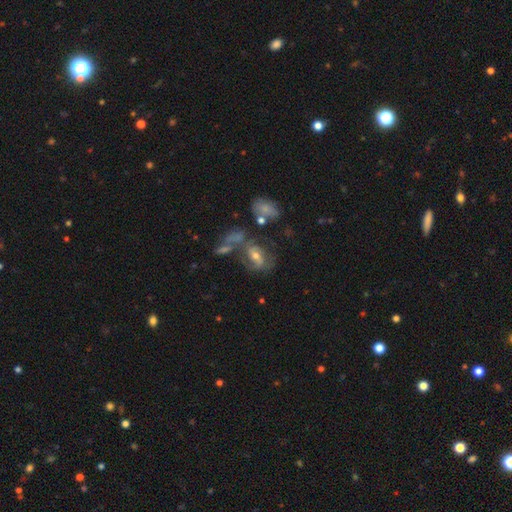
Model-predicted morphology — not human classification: type=featured or disk (59%); edge-on=no (94%); bar=no (44%); spiral arms=yes (64%); bulge=moderate (59%); merging=none (40%).